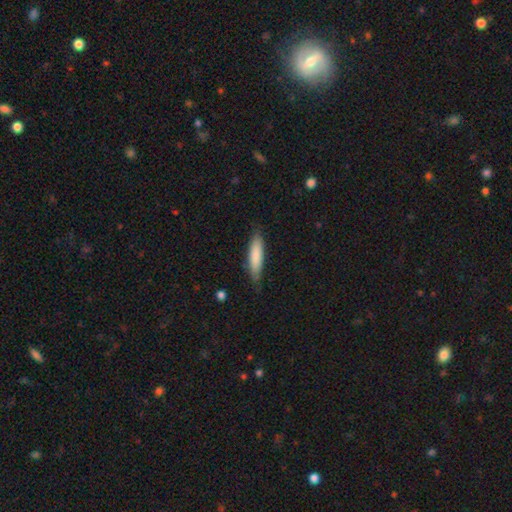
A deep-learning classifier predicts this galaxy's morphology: This is clearly a smooth galaxy (82%). How rounded: likely cigar-shaped (71%). Merging: clearly none (81%).